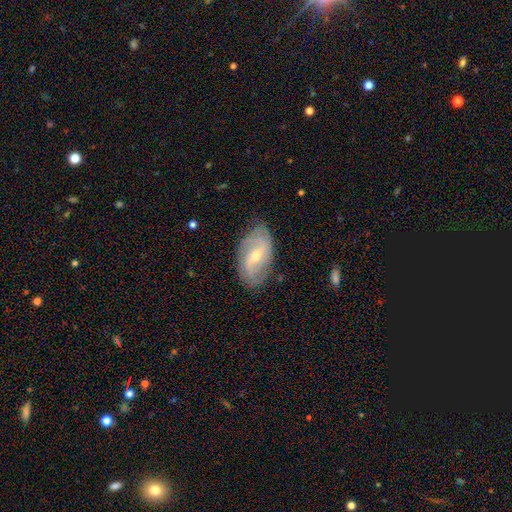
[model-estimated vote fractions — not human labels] featured or disk 78%, smooth 16%, star or artifact 6%. Down the decision tree: edge-on disk — no (94%); bar — weak (51%); spiral arms — yes (89%); spiral arm count — 2 (62%); spiral winding — medium (39%); bulge size — small (51%); merging — none (77%).